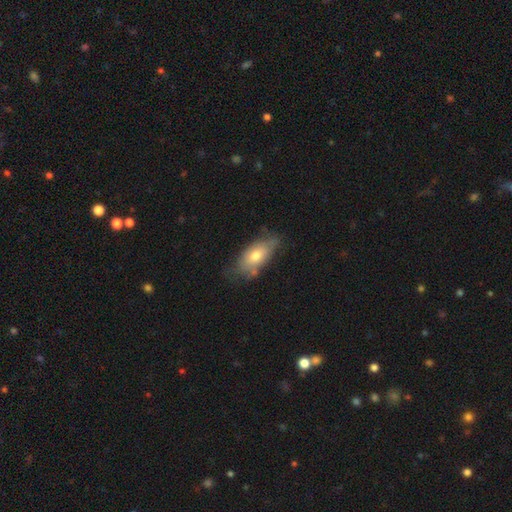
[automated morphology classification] The model was most divided on "merging": none: 54%, minor disturbance: 33%, major disturbance: 9%, merger: 4%. More confident: how rounded — in between (88%); smooth or featured — smooth (67%).